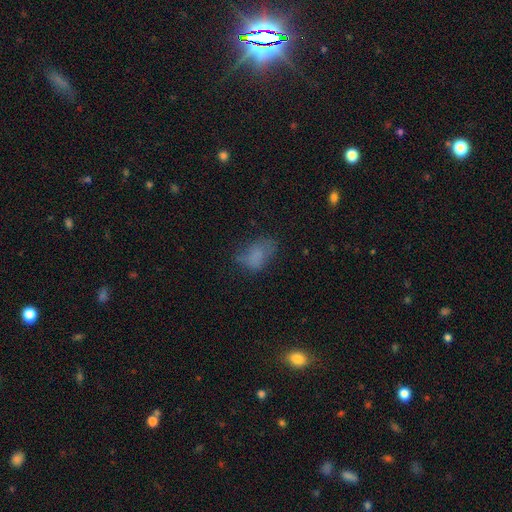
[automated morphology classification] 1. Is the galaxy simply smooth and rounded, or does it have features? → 70% smooth, 16% featured or disk, 14% star or artifact.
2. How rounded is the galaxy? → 84% in between, 14% round, 2% cigar-shaped.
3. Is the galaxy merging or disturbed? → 49% none, 28% minor disturbance, 20% major disturbance, 3% merger.